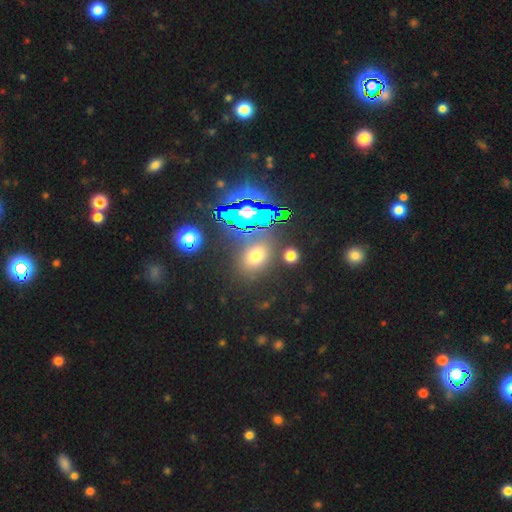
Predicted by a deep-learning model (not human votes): This is possibly a smooth galaxy (57%). How rounded: possibly in between (56%). Merging: likely none (77%).